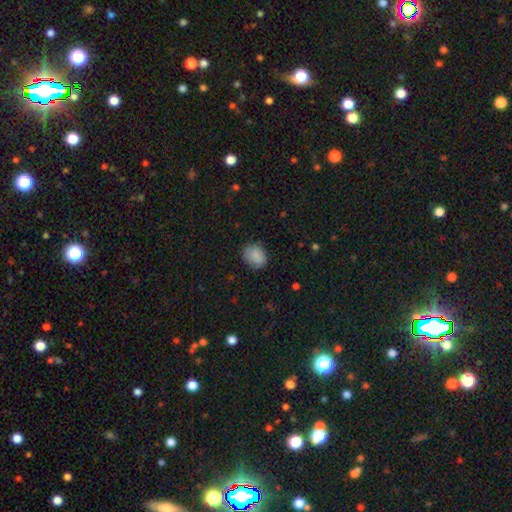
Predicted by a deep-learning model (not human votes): Smooth or featured? smooth (86%)
How rounded? round (55%)
Merging? none (77%)